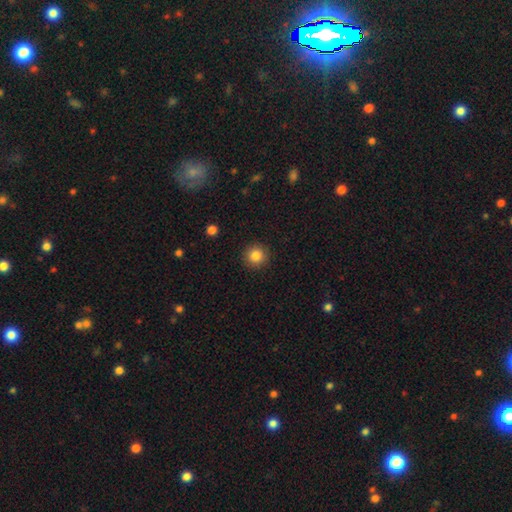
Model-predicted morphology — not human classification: This is clearly a smooth galaxy (85%). How rounded: clearly round (95%). Merging: clearly none (92%).